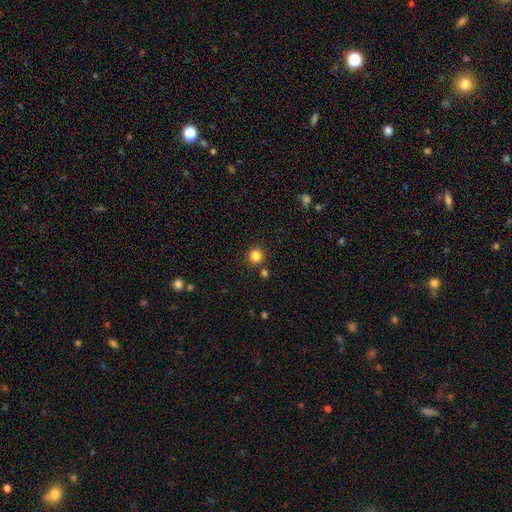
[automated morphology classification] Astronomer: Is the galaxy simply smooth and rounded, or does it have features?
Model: smooth — 84%.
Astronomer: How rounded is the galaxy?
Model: round — 94%.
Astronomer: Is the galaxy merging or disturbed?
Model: none — 85%.